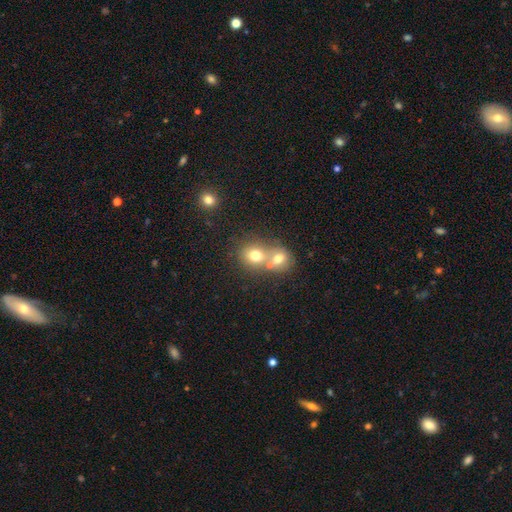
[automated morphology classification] Smooth or featured? smooth (72%)
How rounded? round (71%)
Merging? merger (58%)